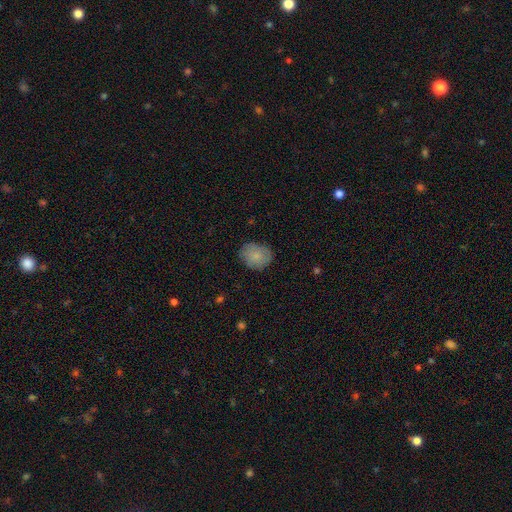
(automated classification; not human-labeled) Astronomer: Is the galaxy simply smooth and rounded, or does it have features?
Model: smooth — 75%.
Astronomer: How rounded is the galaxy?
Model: round — 53% (runner-up: in between, 46%).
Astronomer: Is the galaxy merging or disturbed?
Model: none — 76%.